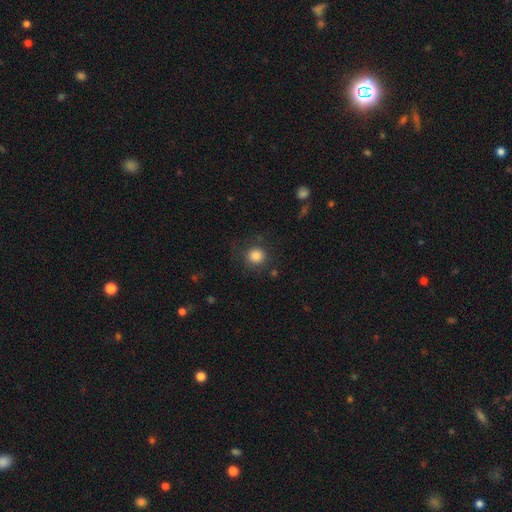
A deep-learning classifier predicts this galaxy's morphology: smooth 84%, star or artifact 10%, featured or disk 6%. Down the decision tree: how rounded — round (93%); merging — none (80%).